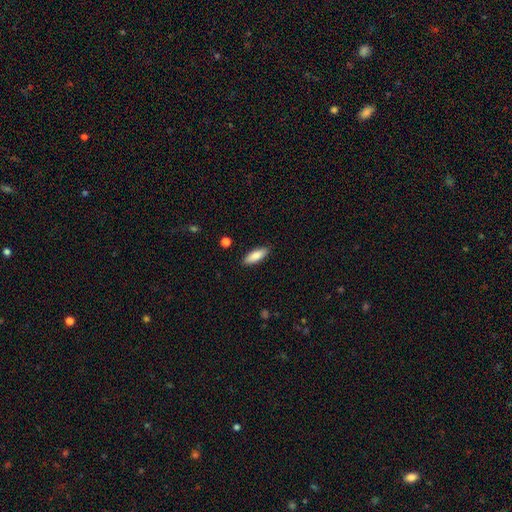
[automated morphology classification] type=smooth (85%); roundness=in between (67%); merging=none (89%).